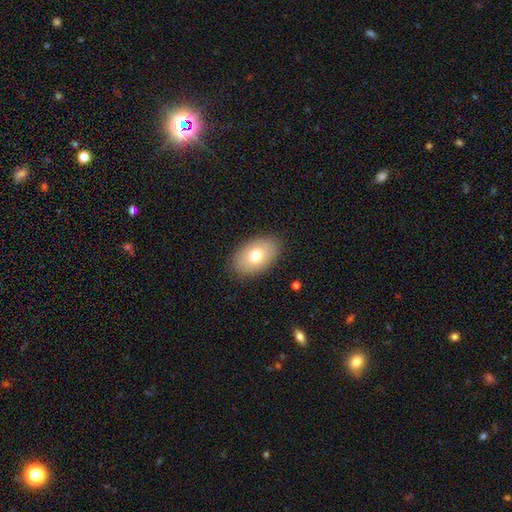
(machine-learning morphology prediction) Overall: smooth (73%). How rounded: in between (90%). Merging: none (87%).